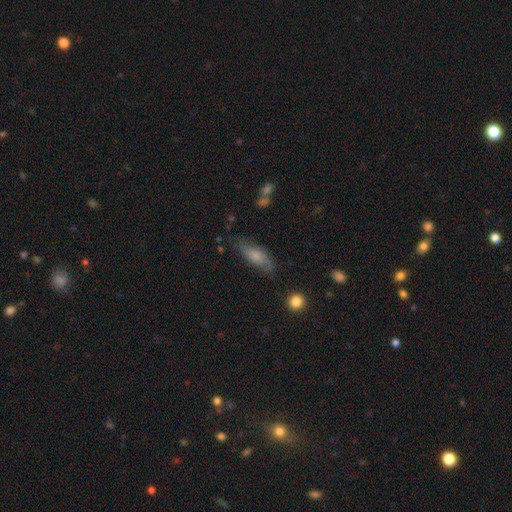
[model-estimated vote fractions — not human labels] Morphology: type=smooth (68%); roundness=in between (70%); merging=none (66%).